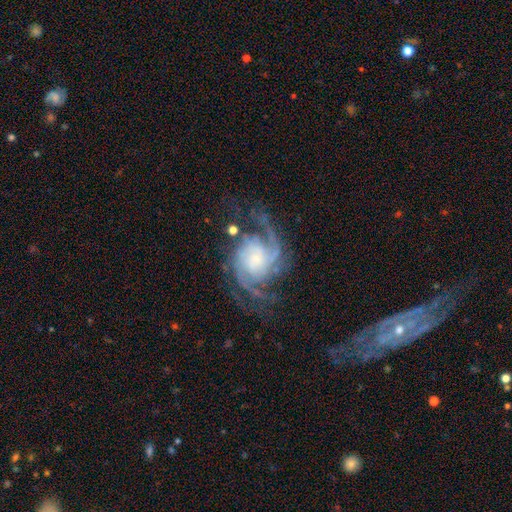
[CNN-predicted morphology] Q: Smooth or featured?
A: featured or disk (90%); runner-up: star or artifact (6%)
Q: Edge-on disk?
A: no (98%); runner-up: yes (2%)
Q: Bar?
A: no (63%); runner-up: weak (29%)
Q: Spiral arms?
A: yes (98%); runner-up: no (2%)
Q: Spiral winding?
A: medium (48%); runner-up: tight (37%)
Q: Spiral arm count?
A: 2 (40%); runner-up: 3 (26%)
Q: Bulge size?
A: small (48%); runner-up: moderate (26%)
Q: Merging?
A: none (64%); runner-up: minor disturbance (17%)